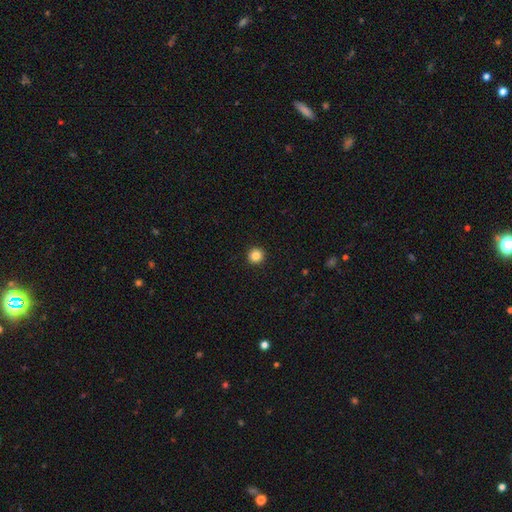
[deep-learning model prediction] smooth_or_featured: smooth (p=0.84) [alt: star or artifact p=0.11]
how_rounded: round (p=0.96) [alt: in between p=0.03]
merging: none (p=0.94) [alt: minor disturbance p=0.04]